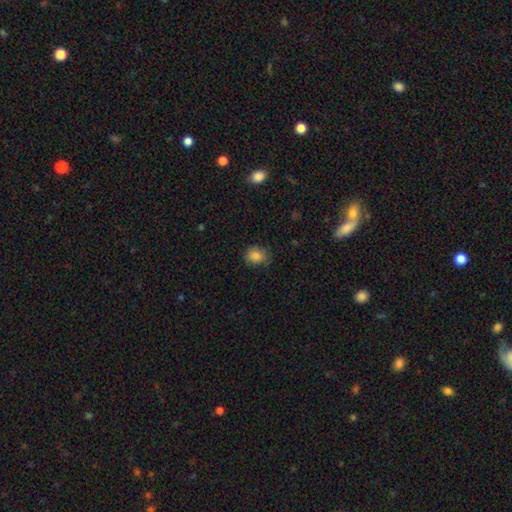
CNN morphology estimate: Overall: smooth (83%). How rounded: round (55%; in between 44%). Merging: none (76%).